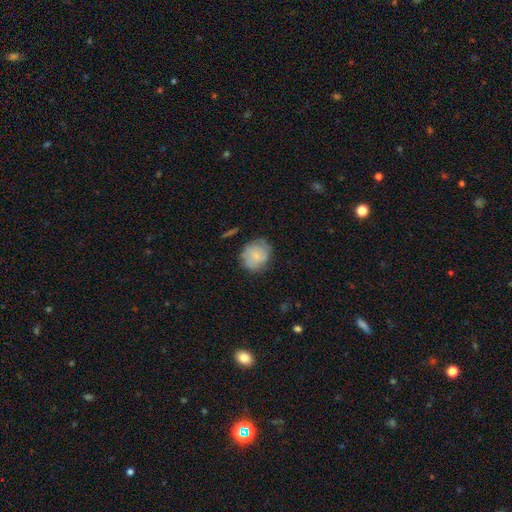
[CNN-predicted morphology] smooth-or-featured: smooth: 73% | featured or disk: 19% | star or artifact: 7%
  how-rounded: round: 73% | in between: 26% | cigar-shaped: 1%
  merging: none: 66% | minor disturbance: 24% | major disturbance: 7% | merger: 2%